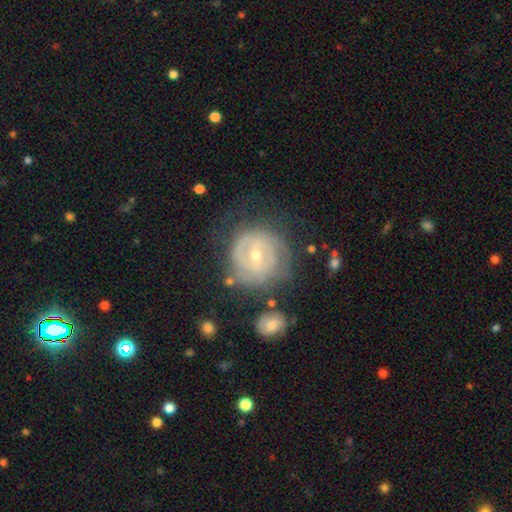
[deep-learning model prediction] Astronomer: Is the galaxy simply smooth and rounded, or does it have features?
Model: featured or disk — 78%.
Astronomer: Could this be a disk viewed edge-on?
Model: no — 97%.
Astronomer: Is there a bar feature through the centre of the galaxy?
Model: weak — 46% (runner-up: no, 41%).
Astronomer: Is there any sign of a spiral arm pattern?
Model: yes — 86%.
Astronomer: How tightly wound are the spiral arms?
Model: tight — 70%.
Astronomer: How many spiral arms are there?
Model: can't tell — 40% (runner-up: 2, 34%).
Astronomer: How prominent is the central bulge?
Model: small — 56% (runner-up: moderate, 41%).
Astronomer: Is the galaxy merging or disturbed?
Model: none — 66%.